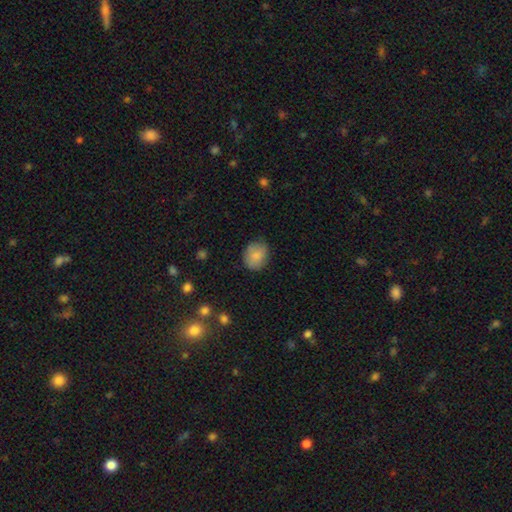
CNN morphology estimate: The model was most divided on "how rounded": round: 61%, in between: 38%, cigar-shaped: 1%. More confident: smooth or featured — smooth (85%); merging — none (78%).